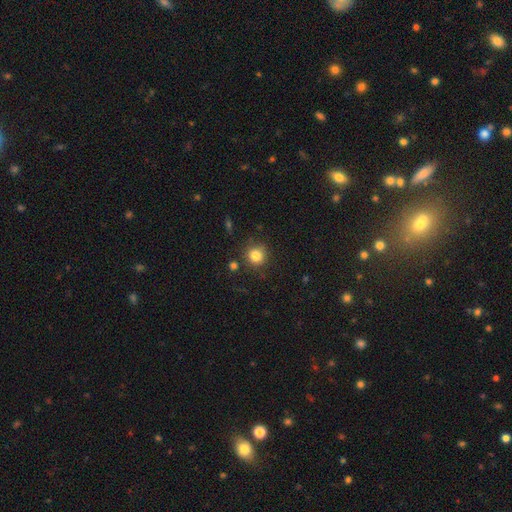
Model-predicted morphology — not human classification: smooth 83%, star or artifact 11%, featured or disk 5%. Down the decision tree: how rounded — round (92%); merging — none (83%).